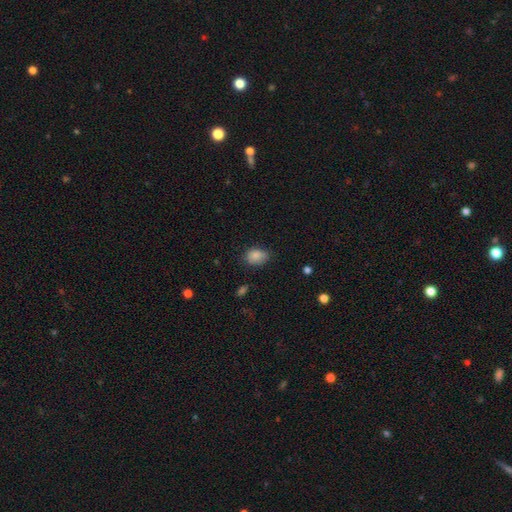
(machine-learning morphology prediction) smooth 86%, star or artifact 9%, featured or disk 5%. Down the decision tree: how rounded — in between (74%); merging — none (69%).